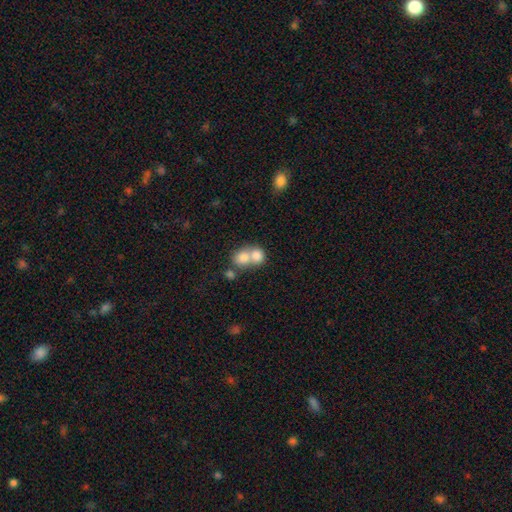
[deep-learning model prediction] This is likely a smooth galaxy (78%). How rounded: likely round (71%). Merging: likely merger (68%).